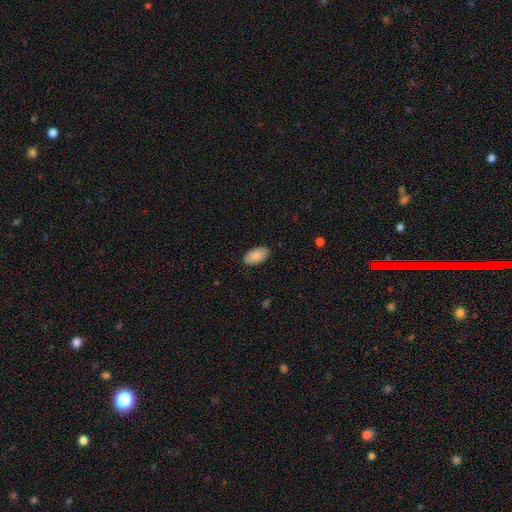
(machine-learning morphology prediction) Smooth or featured? Predicted: smooth (p=0.86). How rounded? Predicted: in between (p=0.95). Merging? Predicted: none (p=0.87).